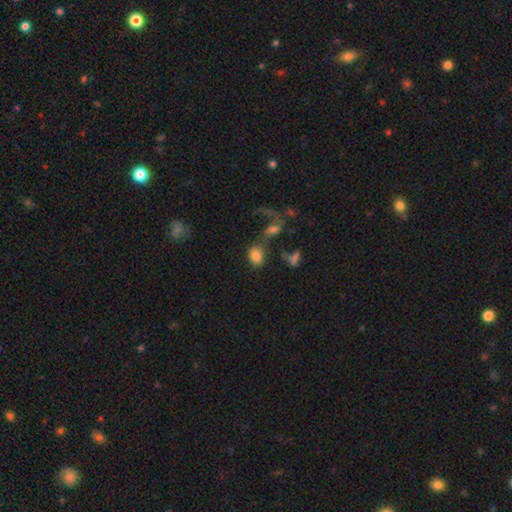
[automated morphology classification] The model was most divided on "merging": none: 40%, merger: 32%, major disturbance: 15%, minor disturbance: 13%. More confident: how rounded — in between (81%); smooth or featured — smooth (77%).